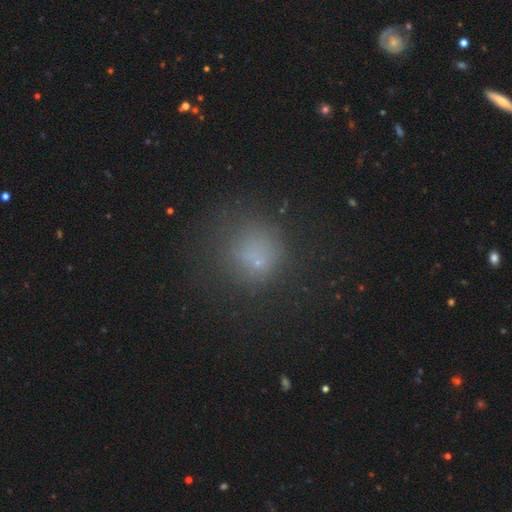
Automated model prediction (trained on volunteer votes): Q: Smooth or featured?
A: smooth (60%); runner-up: star or artifact (27%)
Q: How rounded?
A: round (89%); runner-up: in between (10%)
Q: Merging?
A: none (66%); runner-up: minor disturbance (16%)